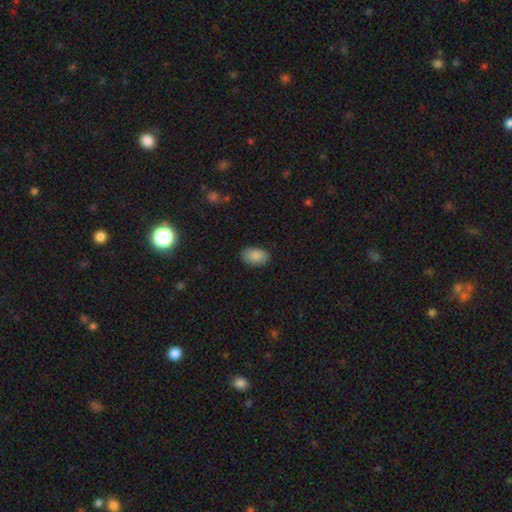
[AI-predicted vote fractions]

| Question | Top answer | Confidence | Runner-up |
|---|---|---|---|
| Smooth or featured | smooth | 89% | star or artifact (7%) |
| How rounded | in between | 92% | round (7%) |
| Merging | none | 86% | minor disturbance (10%) |